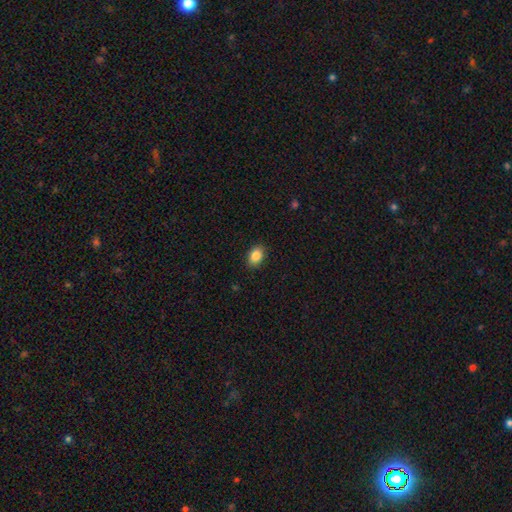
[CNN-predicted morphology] This is clearly a smooth galaxy (87%). How rounded: likely in between (77%). Merging: clearly none (88%).